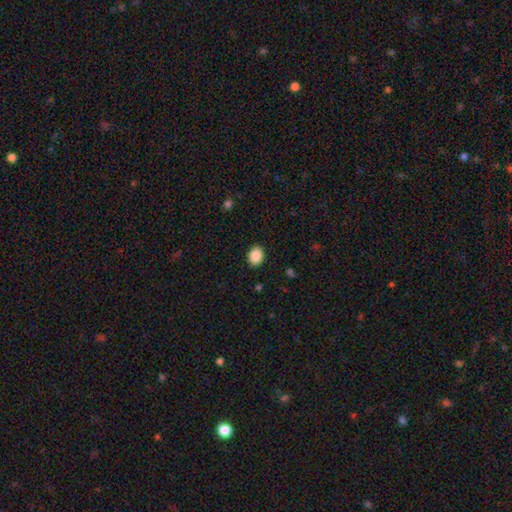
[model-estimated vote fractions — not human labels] Smooth or featured?
  - smooth: 88% *
  - star or artifact: 8%
  - featured or disk: 4%
How rounded?
  - in between: 57% *
  - round: 42%
  - cigar-shaped: 1%
Merging?
  - none: 90% *
  - minor disturbance: 7%
  - major disturbance: 2%
  - merger: 1%